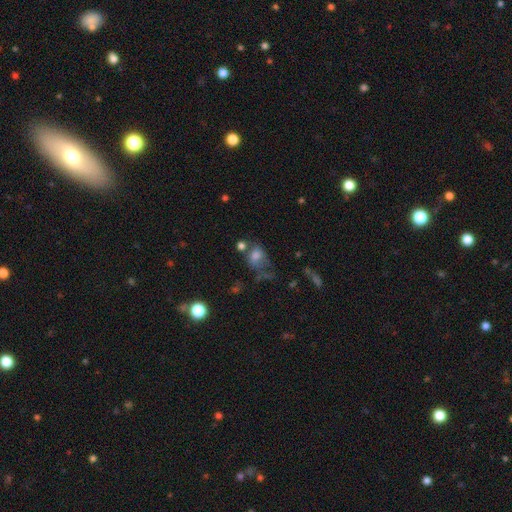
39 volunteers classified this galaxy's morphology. Smooth or featured?
  - smooth: 90% *
  - featured or disk: 5%
  - star or artifact: 5%
How rounded?
  - round: 60% *
  - in between: 40%
  - cigar-shaped: 0%
Merging?
  - none: 41% *
  - minor disturbance: 22%
  - merger: 22%
  - major disturbance: 16%